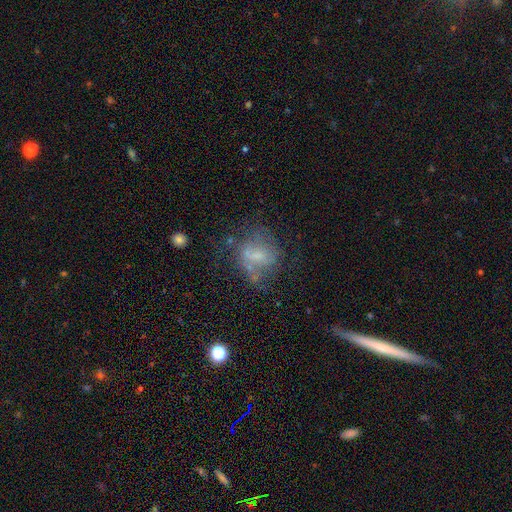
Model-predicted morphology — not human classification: The model was most divided on "smooth or featured": featured or disk: 47%, smooth: 39%, star or artifact: 14%. Remaining: merging — none (42%).